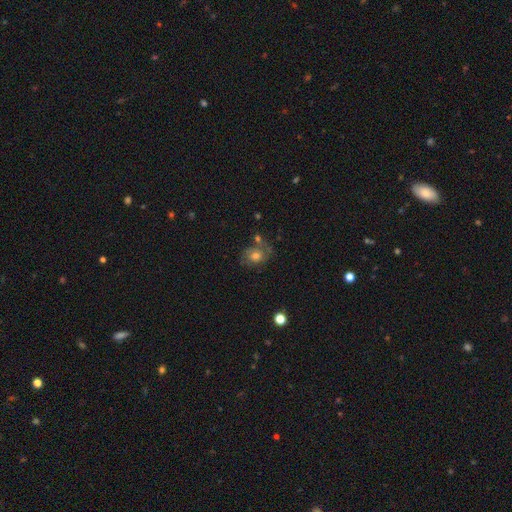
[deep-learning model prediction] Q: Smooth or featured?
A: smooth (56%); runner-up: featured or disk (31%)
Q: How rounded?
A: round (56%); runner-up: in between (43%)
Q: Merging?
A: none (56%); runner-up: minor disturbance (21%)